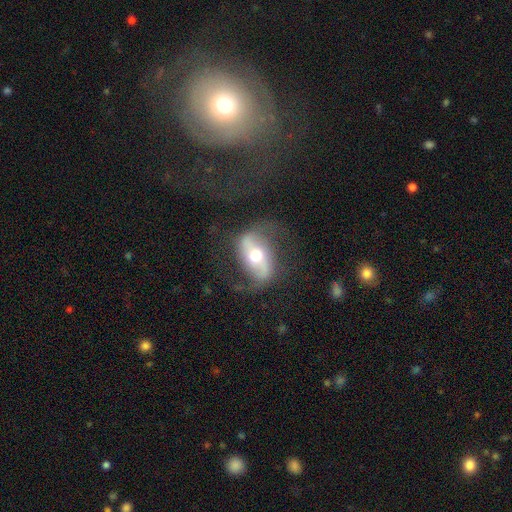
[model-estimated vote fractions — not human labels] Q: Smooth or featured?
A: featured or disk (76%); runner-up: smooth (18%)
Q: Edge-on disk?
A: no (93%); runner-up: yes (7%)
Q: Bar?
A: strong (42%); runner-up: weak (30%)
Q: Spiral arms?
A: yes (85%); runner-up: no (15%)
Q: Spiral winding?
A: loose (62%); runner-up: medium (30%)
Q: Spiral arm count?
A: 2 (90%); runner-up: can't tell (4%)
Q: Bulge size?
A: moderate (71%); runner-up: small (14%)
Q: Merging?
A: none (70%); runner-up: minor disturbance (16%)